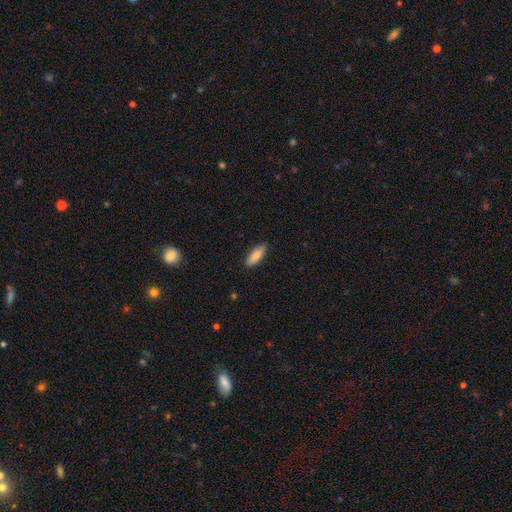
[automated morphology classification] Q: Smooth or featured?
A: smooth (85%); runner-up: featured or disk (10%)
Q: How rounded?
A: in between (61%); runner-up: cigar-shaped (37%)
Q: Merging?
A: none (88%); runner-up: minor disturbance (9%)